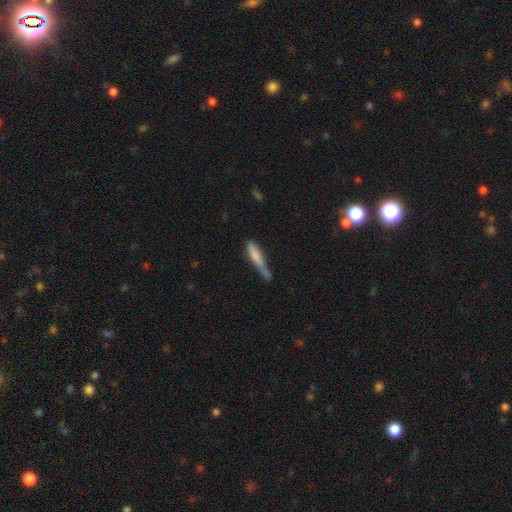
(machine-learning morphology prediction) Smooth or featured: smooth — 72% (featured or disk — 20%)
How rounded: cigar-shaped — 85% (in between — 13%)
Merging: minor disturbance — 36% (none — 35%)